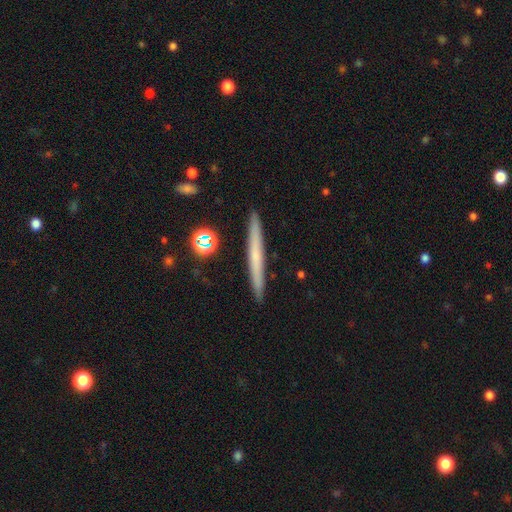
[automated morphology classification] Smooth or featured: smooth — 47% (featured or disk — 45%)
Merging: none — 90% (minor disturbance — 6%)